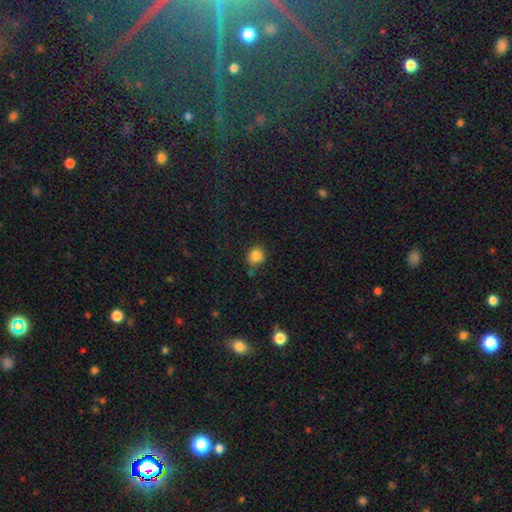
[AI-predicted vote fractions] smooth_or_featured: smooth (p=0.84) [alt: star or artifact p=0.11]
how_rounded: round (p=0.82) [alt: in between p=0.17]
merging: none (p=0.75) [alt: minor disturbance p=0.16]